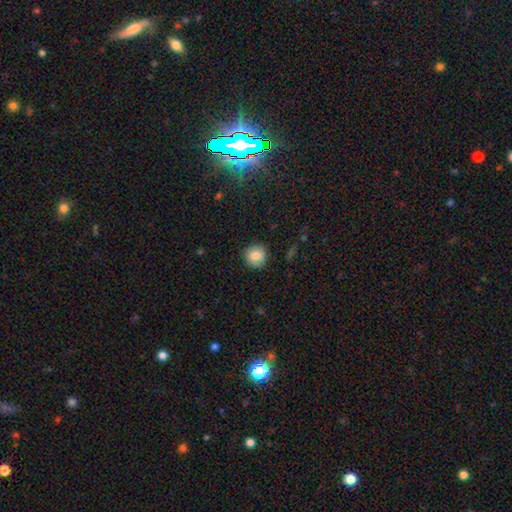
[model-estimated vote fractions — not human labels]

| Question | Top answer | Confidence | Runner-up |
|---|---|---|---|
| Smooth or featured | smooth | 82% | featured or disk (10%) |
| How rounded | round | 92% | in between (7%) |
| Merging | none | 88% | minor disturbance (9%) |